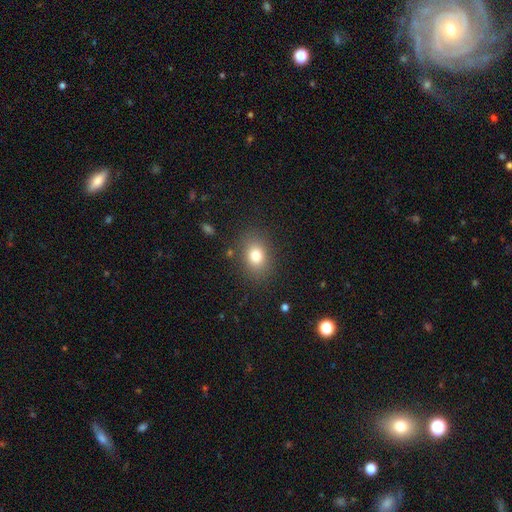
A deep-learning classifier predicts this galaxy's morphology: A smooth galaxy with no disk features (79%) that is in between round and cigar-shaped (62%).

Vote fractions:
- Smooth or featured? smooth: 79% / star or artifact: 11% / featured or disk: 10%
- How rounded? in between: 62% / round: 37% / cigar-shaped: 1%
- Merging? none: 83% / minor disturbance: 10% / major disturbance: 4% / merger: 2%